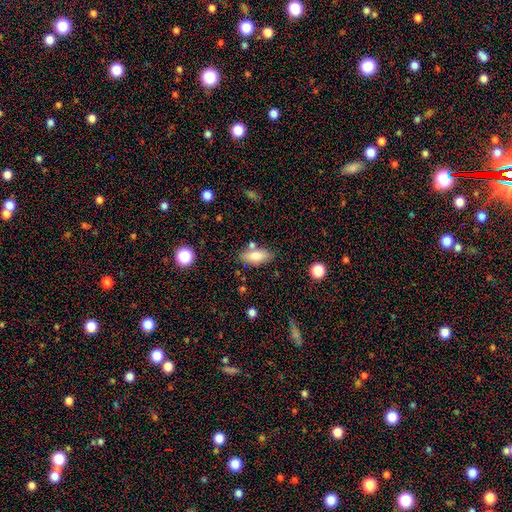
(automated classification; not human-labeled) A smooth galaxy with no disk features (78%) that is in between round and cigar-shaped (84%).

Vote fractions:
- Smooth or featured? smooth: 78% / featured or disk: 15% / star or artifact: 7%
- How rounded? in between: 84% / cigar-shaped: 13% / round: 3%
- Merging? none: 76% / minor disturbance: 13% / merger: 9% / major disturbance: 3%